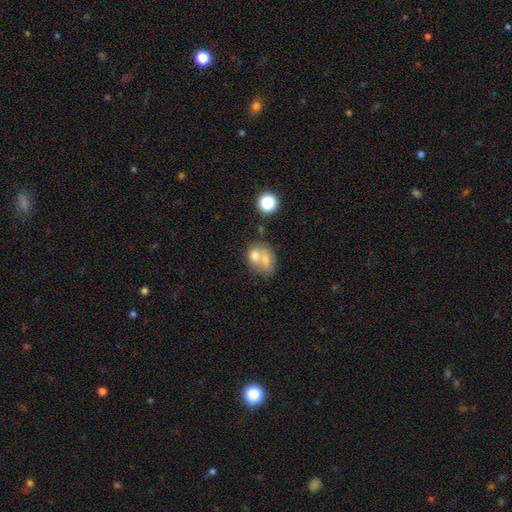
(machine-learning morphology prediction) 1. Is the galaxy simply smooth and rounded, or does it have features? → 66% smooth, 24% featured or disk, 11% star or artifact.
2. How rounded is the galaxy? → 50% round, 49% in between, 1% cigar-shaped.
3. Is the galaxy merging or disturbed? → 62% merger, 25% none, 8% minor disturbance, 5% major disturbance.